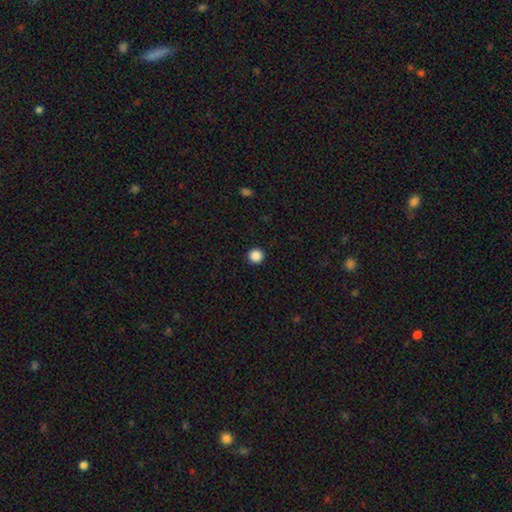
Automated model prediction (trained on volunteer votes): Smooth or featured: smooth — 88% (star or artifact — 10%)
How rounded: round — 96% (in between — 3%)
Merging: none — 94% (minor disturbance — 4%)